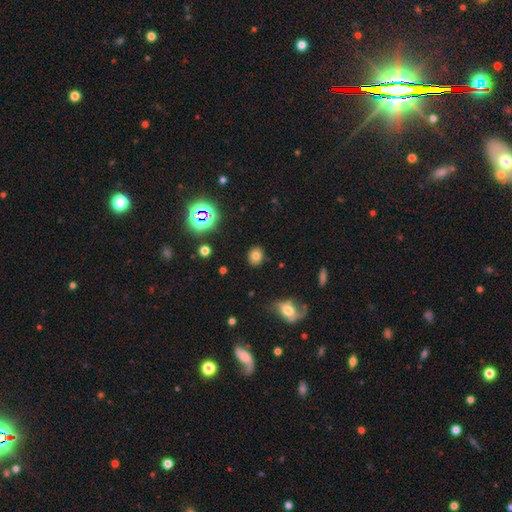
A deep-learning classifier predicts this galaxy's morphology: smooth-or-featured: smooth: 74% | star or artifact: 16% | featured or disk: 9%
  how-rounded: round: 56% | in between: 43% | cigar-shaped: 1%
  merging: none: 86% | minor disturbance: 10% | major disturbance: 3% | merger: 2%